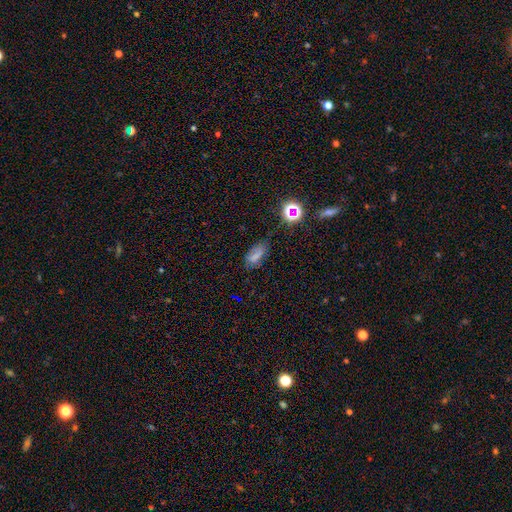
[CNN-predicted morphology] The model was most divided on "merging": none: 58%, minor disturbance: 27%, major disturbance: 11%, merger: 4%. More confident: how rounded — in between (80%); smooth or featured — smooth (61%).